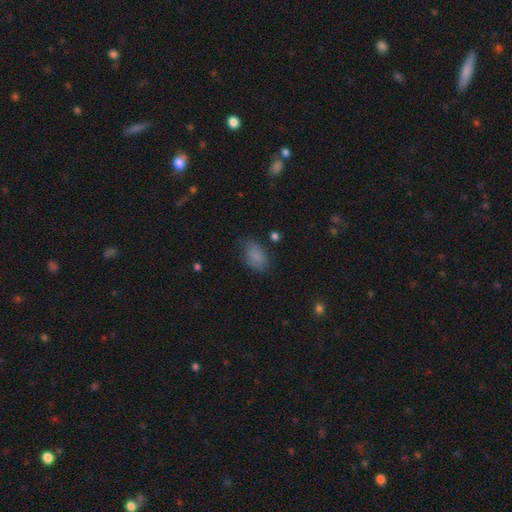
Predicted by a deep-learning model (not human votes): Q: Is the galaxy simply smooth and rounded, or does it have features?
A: smooth — 81%.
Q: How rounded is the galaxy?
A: in between — 89%.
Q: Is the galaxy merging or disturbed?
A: none — 65%.